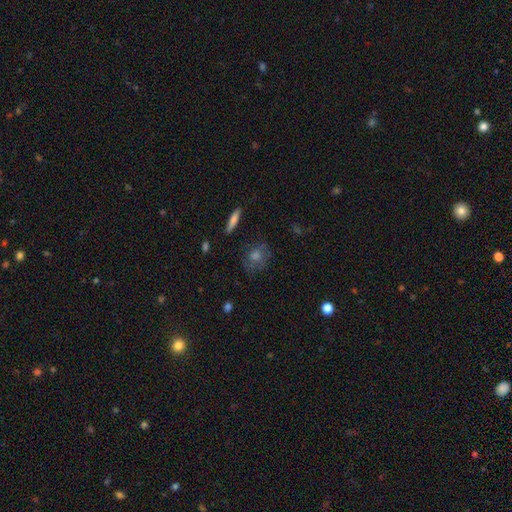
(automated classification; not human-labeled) smooth-or-featured: smooth: 51% | featured or disk: 29% | star or artifact: 20%
  how-rounded: round: 62% | in between: 35% | cigar-shaped: 4%
  merging: none: 75% | minor disturbance: 16% | major disturbance: 7% | merger: 2%